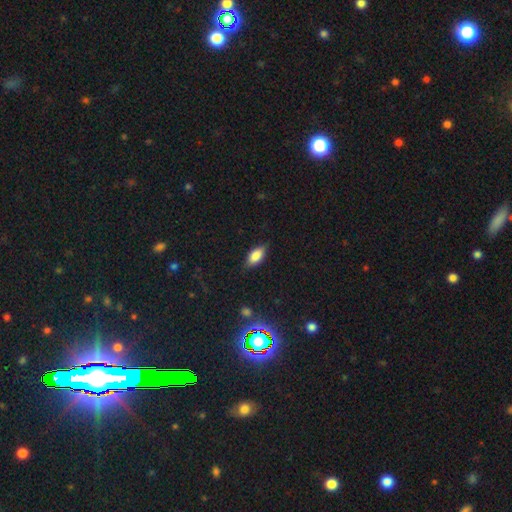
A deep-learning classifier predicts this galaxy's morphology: A smooth galaxy with no disk features (77%) that is in between round and cigar-shaped (87%).

Vote fractions:
- Smooth or featured? smooth: 77% / featured or disk: 14% / star or artifact: 9%
- How rounded? in between: 87% / cigar-shaped: 9% / round: 4%
- Merging? none: 80% / minor disturbance: 15% / major disturbance: 3% / merger: 1%